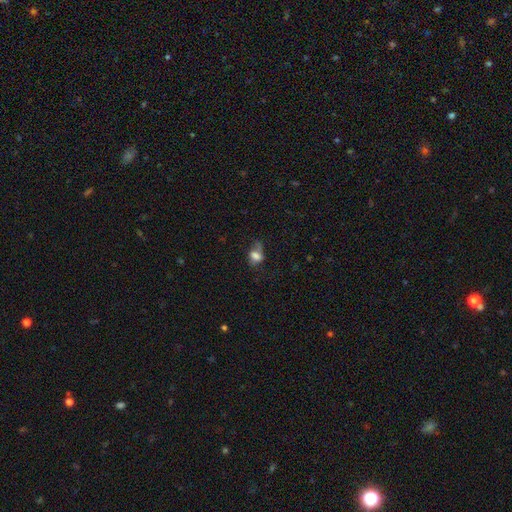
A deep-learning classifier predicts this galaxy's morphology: A smooth galaxy with no disk features (65%) that is in between round and cigar-shaped (74%).

Vote fractions:
- Smooth or featured? smooth: 65% / featured or disk: 21% / star or artifact: 14%
- How rounded? in between: 74% / round: 22% / cigar-shaped: 4%
- Merging? none: 34% / major disturbance: 28% / minor disturbance: 27% / merger: 11%